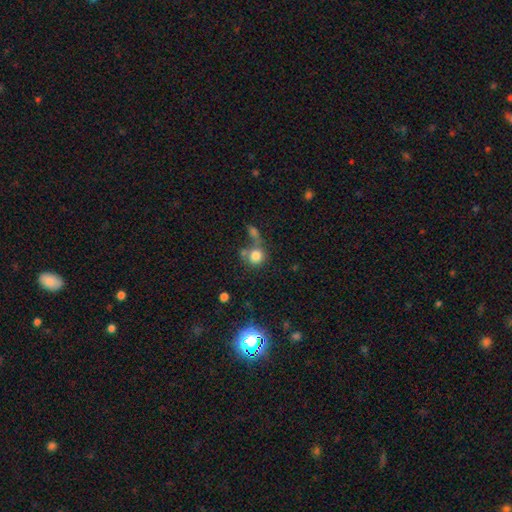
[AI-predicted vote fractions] The model was most divided on "merging": none: 48%, merger: 32%, minor disturbance: 12%, major disturbance: 8%. More confident: how rounded — round (86%); smooth or featured — smooth (79%).